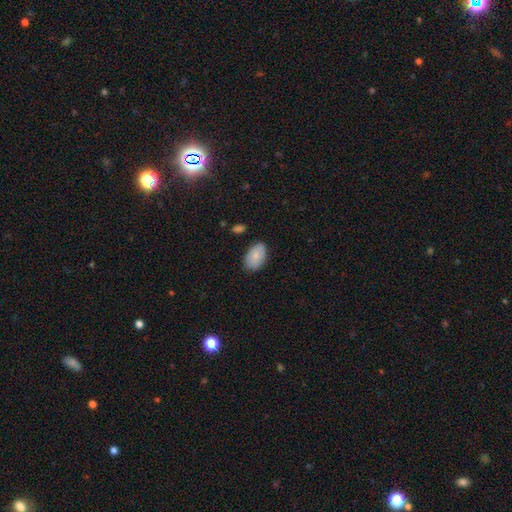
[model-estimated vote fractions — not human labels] A smooth galaxy with no disk features (80%) that is in between round and cigar-shaped (90%).

Vote fractions:
- Smooth or featured? smooth: 80% / featured or disk: 14% / star or artifact: 6%
- How rounded? in between: 90% / round: 9% / cigar-shaped: 1%
- Merging? none: 77% / minor disturbance: 18% / major disturbance: 3% / merger: 2%